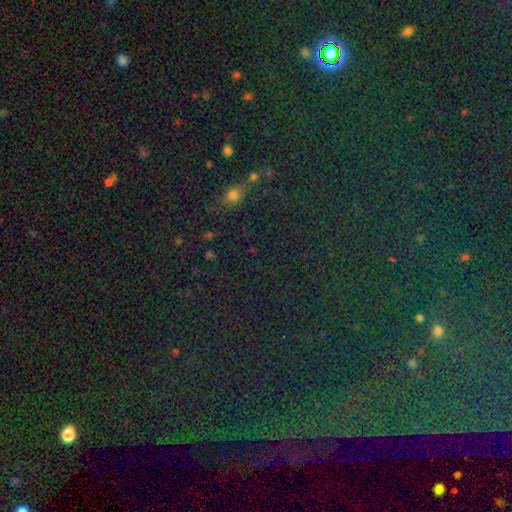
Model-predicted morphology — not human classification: Smooth or featured: star or artifact — 79% (smooth — 12%)